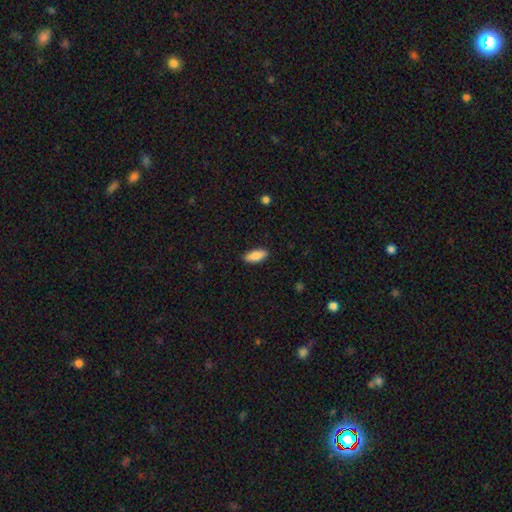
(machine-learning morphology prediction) This appears to be a smooth galaxy with no disk features (84%) that is in between round and cigar-shaped (82%). Merging: none (90%).